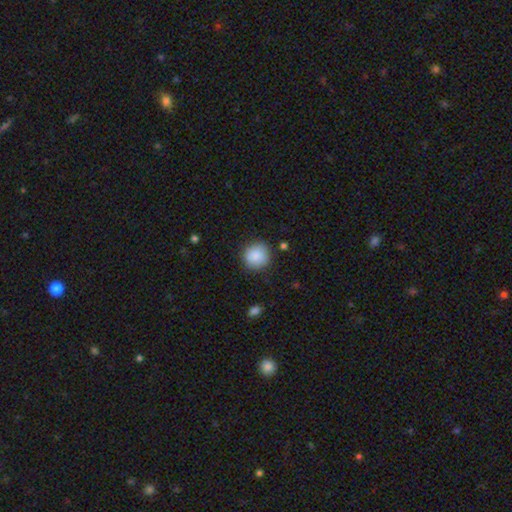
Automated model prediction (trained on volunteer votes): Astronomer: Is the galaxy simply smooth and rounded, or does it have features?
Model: smooth — 88%.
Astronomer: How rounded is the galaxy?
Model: round — 92%.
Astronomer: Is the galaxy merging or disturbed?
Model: none — 85%.